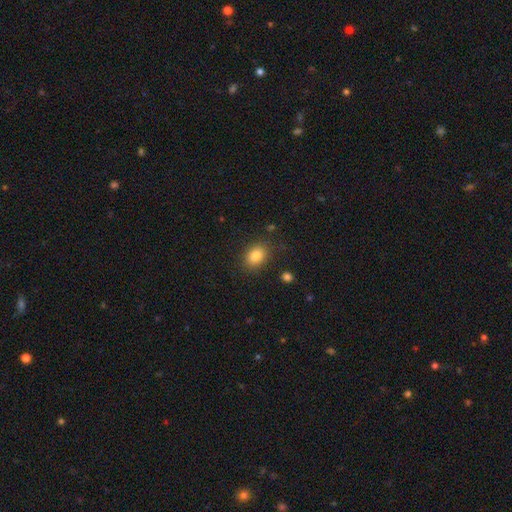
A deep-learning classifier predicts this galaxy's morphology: Smooth or featured? Predicted: smooth (p=0.83). How rounded? Predicted: in between (p=0.63). Merging? Predicted: none (p=0.84).